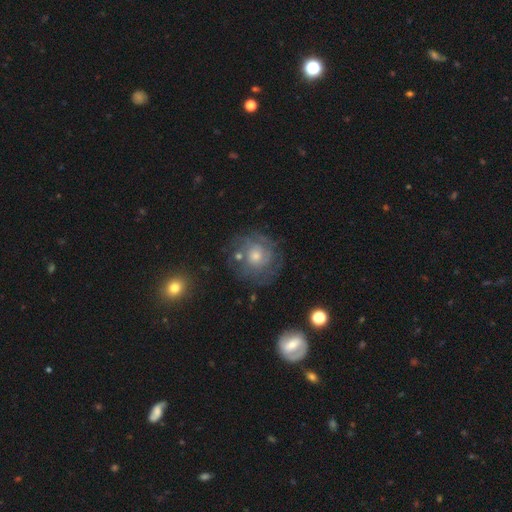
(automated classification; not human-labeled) Smooth or featured?
  - featured or disk: 60% *
  - smooth: 28%
  - star or artifact: 12%
Edge-on disk?
  - no: 97% *
  - yes: 3%
Bar?
  - no: 78% *
  - weak: 18%
  - strong: 3%
Spiral arms?
  - yes: 78% *
  - no: 22%
Bulge size?
  - moderate: 51% *
  - small: 39%
  - large: 5%
  - none: 3%
  - dominant: 1%
Merging?
  - none: 72% *
  - minor disturbance: 15%
  - major disturbance: 9%
  - merger: 4%